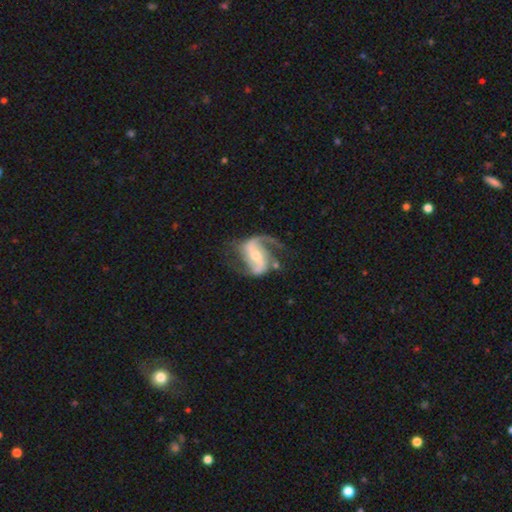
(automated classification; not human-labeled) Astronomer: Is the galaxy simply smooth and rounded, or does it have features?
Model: featured or disk — 89%.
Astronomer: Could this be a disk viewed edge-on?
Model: no — 97%.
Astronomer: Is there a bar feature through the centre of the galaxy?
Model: strong — 43% (runner-up: weak, 35%).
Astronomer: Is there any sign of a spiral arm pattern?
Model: yes — 96%.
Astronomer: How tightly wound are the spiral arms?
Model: loose — 47% (runner-up: medium, 42%).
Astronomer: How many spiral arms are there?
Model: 2 — 81%.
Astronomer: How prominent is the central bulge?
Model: moderate — 54% (runner-up: small, 41%).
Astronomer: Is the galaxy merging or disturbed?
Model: none — 58%.